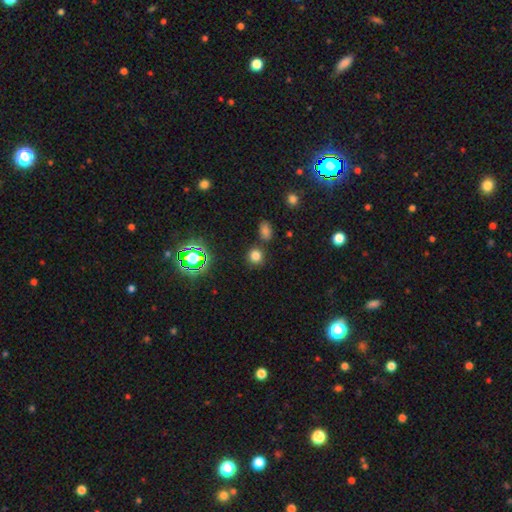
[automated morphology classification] This appears to be a smooth galaxy with no disk features (73%) that is round (85%). Merging: none (79%).